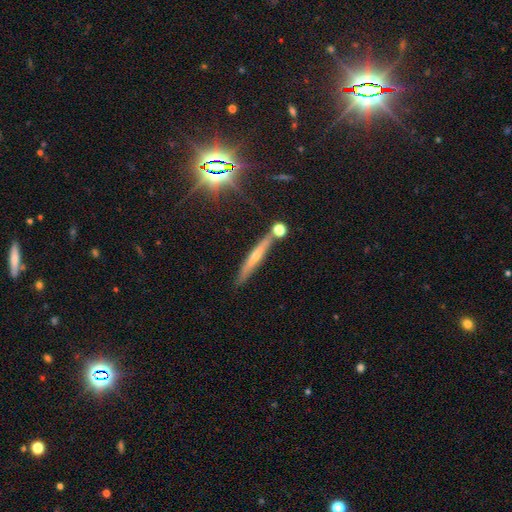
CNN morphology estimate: Smooth or featured? Predicted: featured or disk (p=0.52). Edge-on disk? Predicted: yes (p=0.93). Merging? Predicted: none (p=0.79).